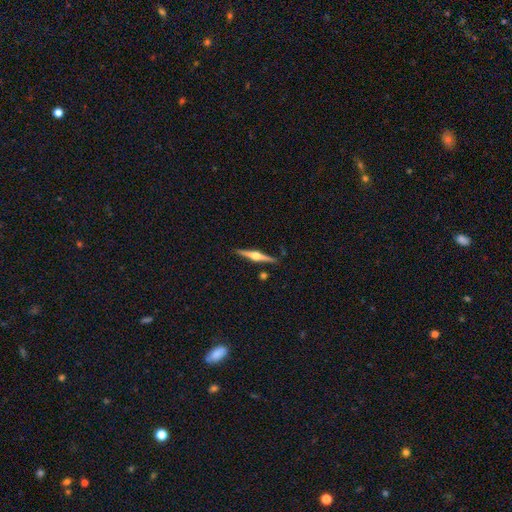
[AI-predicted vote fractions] featured or disk 80%, smooth 15%, star or artifact 5%. Down the decision tree: edge-on disk — yes (98%); edge-on bulge — rounded (95%); merging — none (88%).